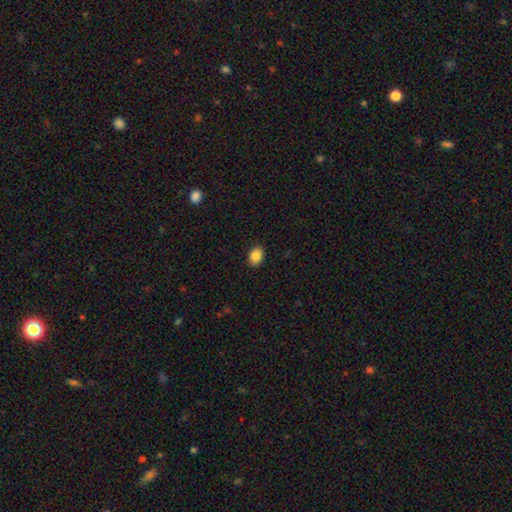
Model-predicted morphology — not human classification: Smooth or featured: smooth — 86% (star or artifact — 9%)
How rounded: in between — 64% (round — 35%)
Merging: none — 90% (minor disturbance — 7%)